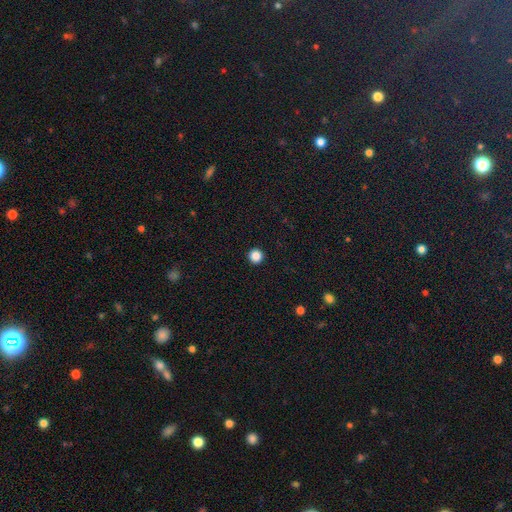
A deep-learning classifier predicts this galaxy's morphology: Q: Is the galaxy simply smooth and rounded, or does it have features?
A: smooth — 87%.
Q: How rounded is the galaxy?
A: round — 96%.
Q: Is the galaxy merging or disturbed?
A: none — 94%.